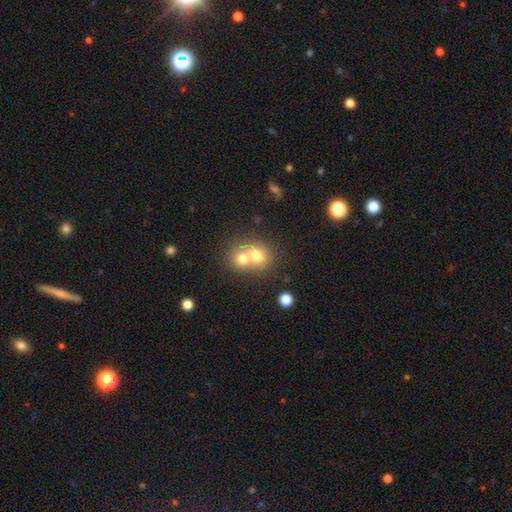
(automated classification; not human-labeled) This appears to be a smooth galaxy with no disk features (70%) that is round (70%). Merging: merger (69%).